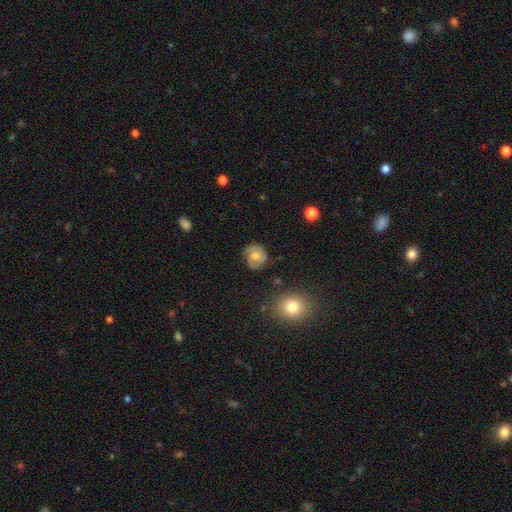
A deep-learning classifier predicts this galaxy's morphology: smooth_or_featured: featured or disk (p=0.55) [alt: smooth p=0.37]
disk_edge_on: no (p=0.97) [alt: yes p=0.03]
bar: no (p=0.62) [alt: weak p=0.33]
has_spiral_arms: yes (p=0.87) [alt: no p=0.13]
bulge_size: moderate (p=0.56) [alt: small p=0.23]
merging: none (p=0.75) [alt: minor disturbance p=0.16]